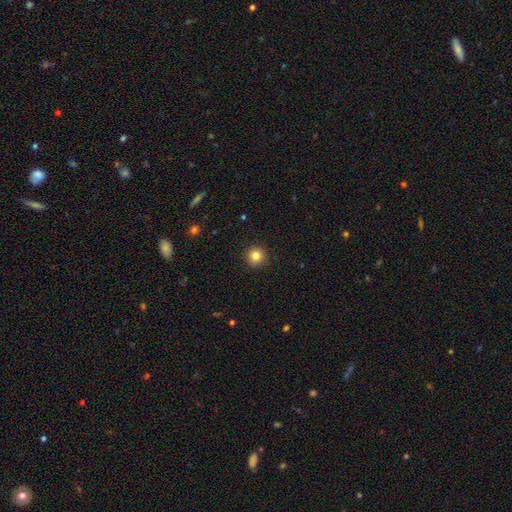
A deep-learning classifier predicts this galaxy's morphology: This appears to be a smooth galaxy with no disk features (83%) that is round (94%). Merging: none (92%).